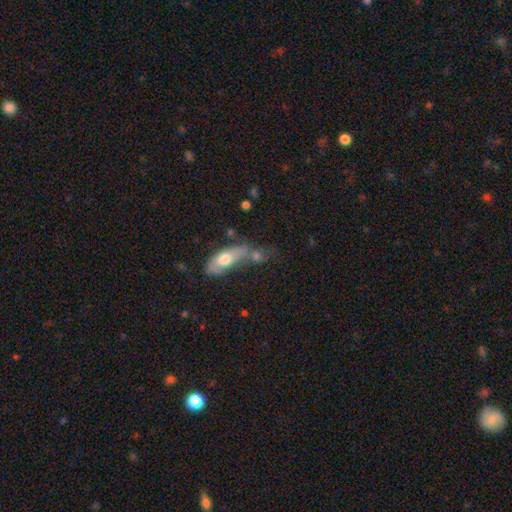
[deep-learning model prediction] Morphology: type=smooth (60%); roundness=in between (57%); merging=merger (38%).